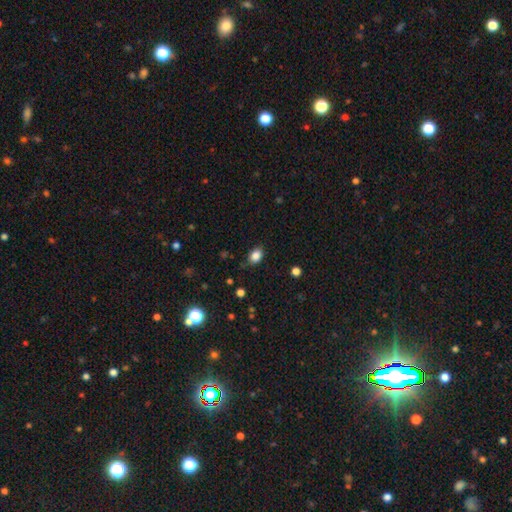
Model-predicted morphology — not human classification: The model was most divided on "how rounded": in between: 73%, round: 25%, cigar-shaped: 1%. More confident: smooth or featured — smooth (85%); merging — none (79%).